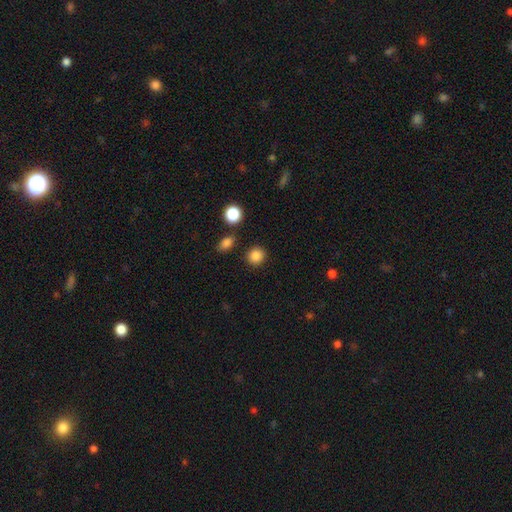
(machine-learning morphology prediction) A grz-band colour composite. It shows a smooth galaxy with no disk features (86%) that is round (88%). Merging: none (88%).